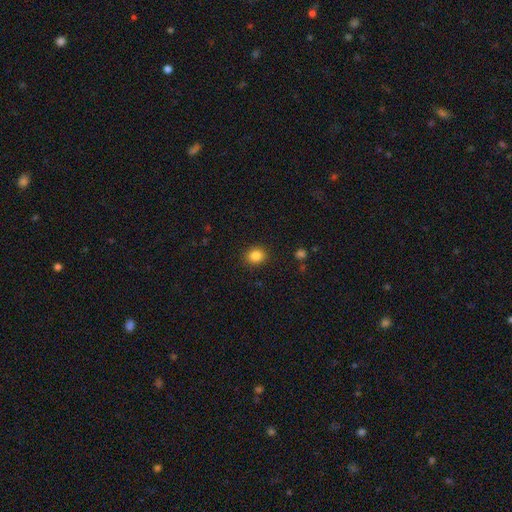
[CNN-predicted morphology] type=smooth (86%); roundness=round (68%); merging=none (89%).